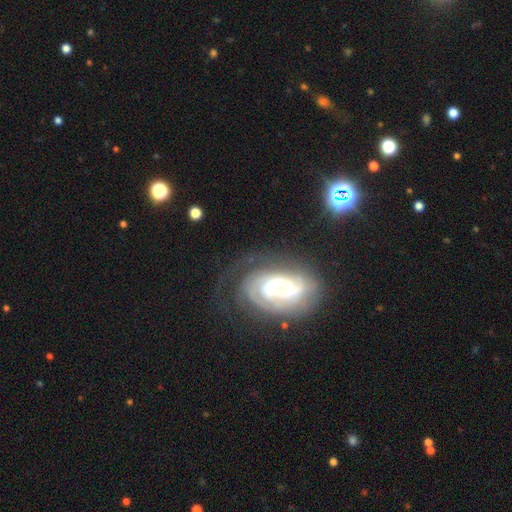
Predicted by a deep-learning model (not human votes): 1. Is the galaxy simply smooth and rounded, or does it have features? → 73% featured or disk, 17% smooth, 10% star or artifact.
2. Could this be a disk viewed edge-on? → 94% no, 6% yes.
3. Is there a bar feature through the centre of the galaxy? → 56% no, 32% weak, 12% strong.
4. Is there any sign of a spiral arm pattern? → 86% yes, 14% no.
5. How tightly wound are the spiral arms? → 67% tight, 24% medium, 9% loose.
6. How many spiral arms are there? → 46% can't tell, 28% 2, 9% 3, 8% 1, 5% 4, 4% more than 4.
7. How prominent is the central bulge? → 44% small, 41% moderate, 9% large, 3% none, 2% dominant.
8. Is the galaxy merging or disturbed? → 66% none, 19% minor disturbance, 13% major disturbance, 2% merger.